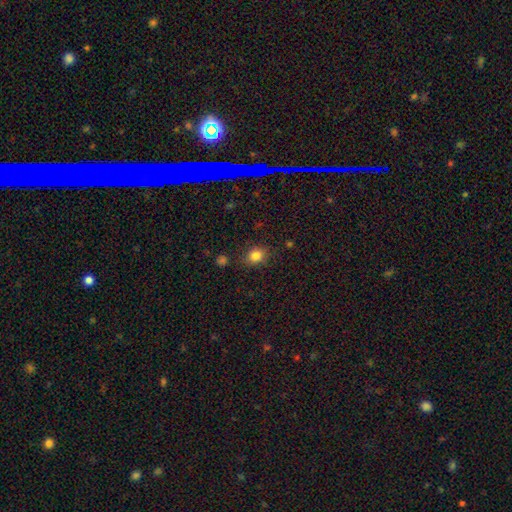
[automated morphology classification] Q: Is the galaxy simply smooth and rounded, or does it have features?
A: smooth — 82%.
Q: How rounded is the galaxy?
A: round — 54%.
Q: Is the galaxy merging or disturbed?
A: none — 81%.